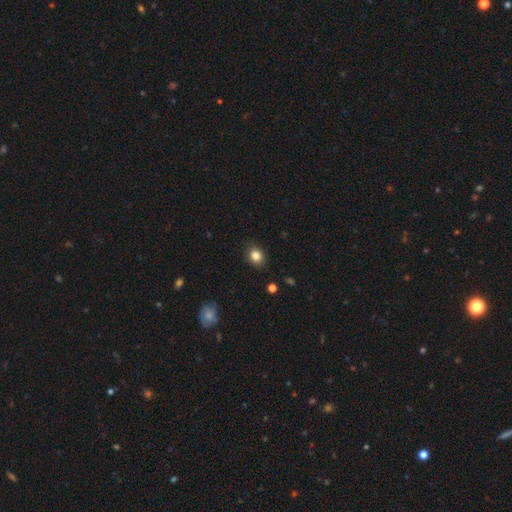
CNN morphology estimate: smooth-or-featured: smooth: 84% | star or artifact: 11% | featured or disk: 5%
  how-rounded: round: 64% | in between: 35% | cigar-shaped: 1%
  merging: none: 86% | minor disturbance: 10% | major disturbance: 2% | merger: 1%